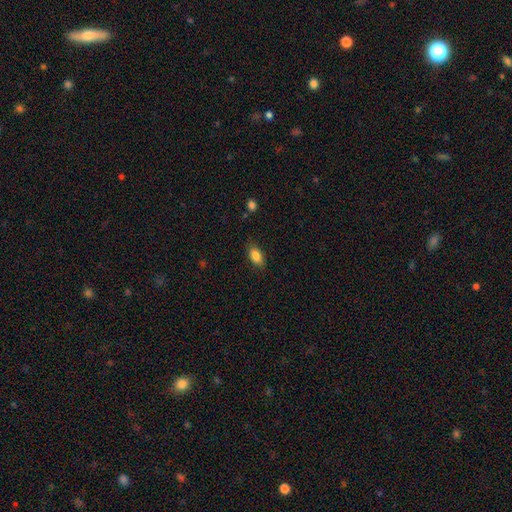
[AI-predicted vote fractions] Smooth or featured? Predicted: smooth (p=0.86). How rounded? Predicted: in between (p=0.88). Merging? Predicted: none (p=0.84).